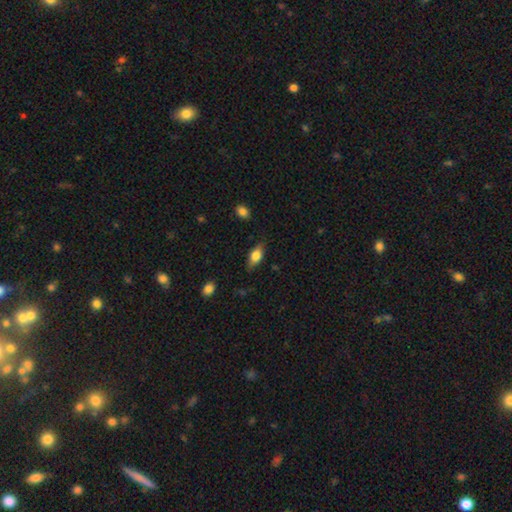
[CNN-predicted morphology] Smooth or featured? Predicted: smooth (p=0.73). How rounded? Predicted: in between (p=0.84). Merging? Predicted: none (p=0.79).